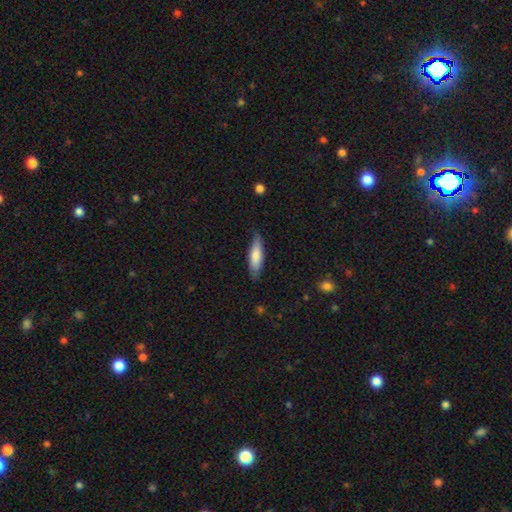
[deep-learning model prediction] This appears to be a smooth galaxy with no disk features (77%) that is cigar-shaped (57%). Merging: none (76%).